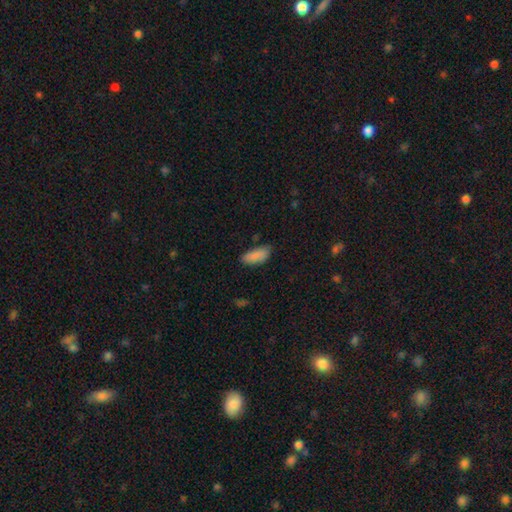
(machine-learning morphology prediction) smooth-or-featured: smooth: 87% | star or artifact: 7% | featured or disk: 7%
  how-rounded: in between: 85% | cigar-shaped: 13% | round: 2%
  merging: none: 71% | minor disturbance: 23% | major disturbance: 4% | merger: 2%